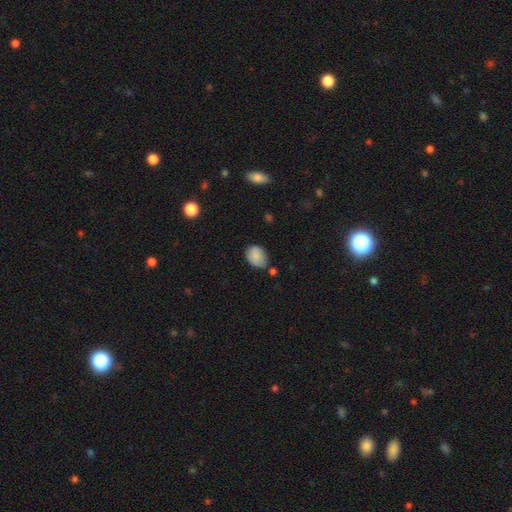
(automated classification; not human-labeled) smooth 84%, star or artifact 8%, featured or disk 8%. Down the decision tree: how rounded — in between (70%); merging — none (64%).